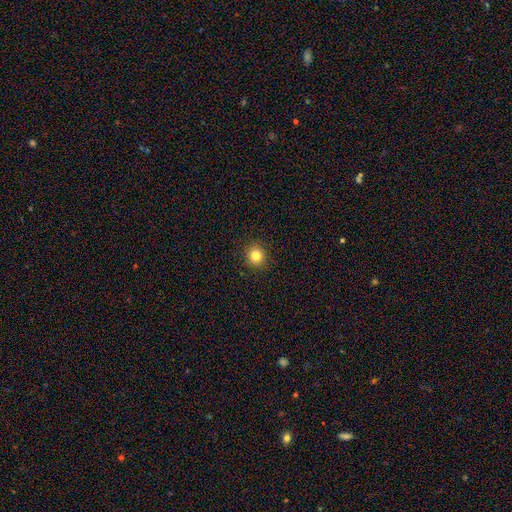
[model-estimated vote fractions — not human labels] The model was most divided on "smooth or featured": smooth: 82%, star or artifact: 12%, featured or disk: 6%. More confident: merging — none (92%); how rounded — round (91%).